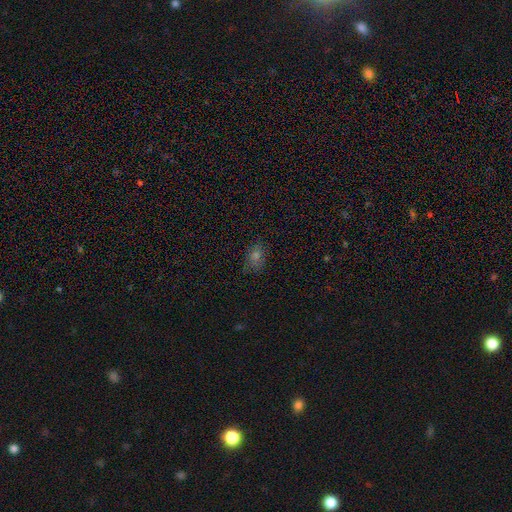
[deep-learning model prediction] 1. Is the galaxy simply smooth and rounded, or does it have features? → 57% smooth, 28% star or artifact, 15% featured or disk.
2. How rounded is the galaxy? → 58% in between, 40% round, 2% cigar-shaped.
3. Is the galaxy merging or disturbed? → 76% none, 17% minor disturbance, 5% major disturbance, 2% merger.